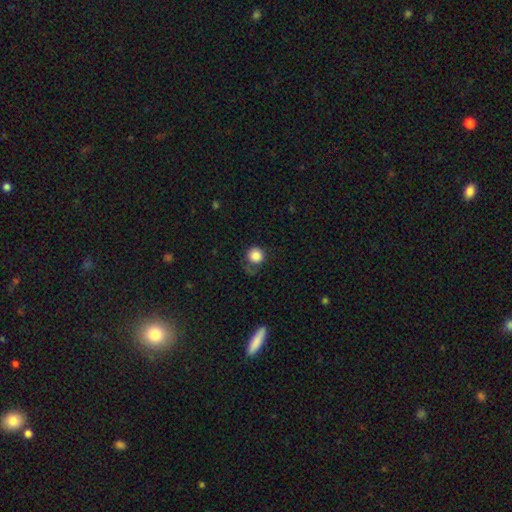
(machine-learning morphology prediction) Overall: smooth (85%). How rounded: round (91%). Merging: none (61%; minor disturbance 21%).